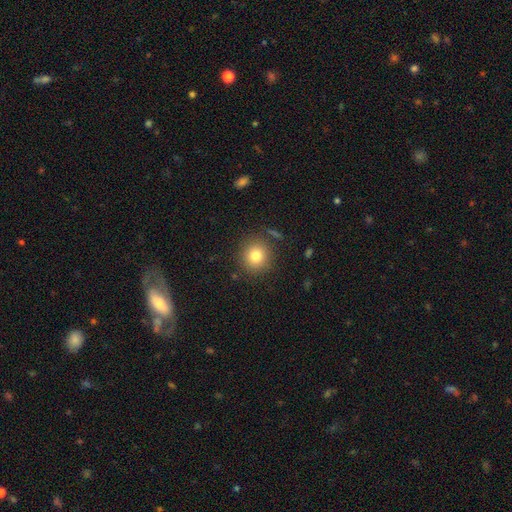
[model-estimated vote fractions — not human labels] smooth_or_featured: smooth (p=0.81) [alt: star or artifact p=0.11]
how_rounded: round (p=0.90) [alt: in between p=0.09]
merging: none (p=0.86) [alt: minor disturbance p=0.09]